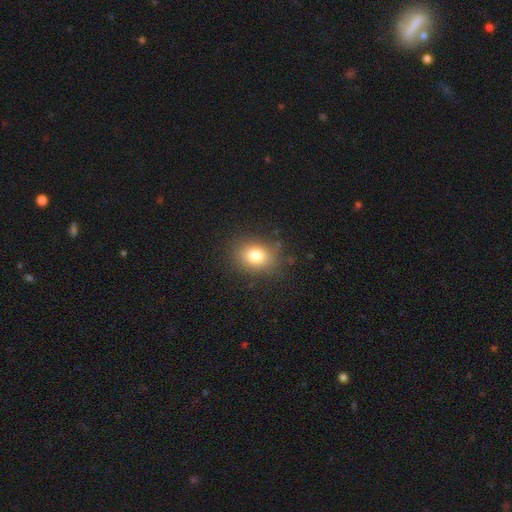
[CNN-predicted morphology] This appears to be a smooth galaxy with no disk features (78%) that is in between round and cigar-shaped (53%). Merging: none (84%).